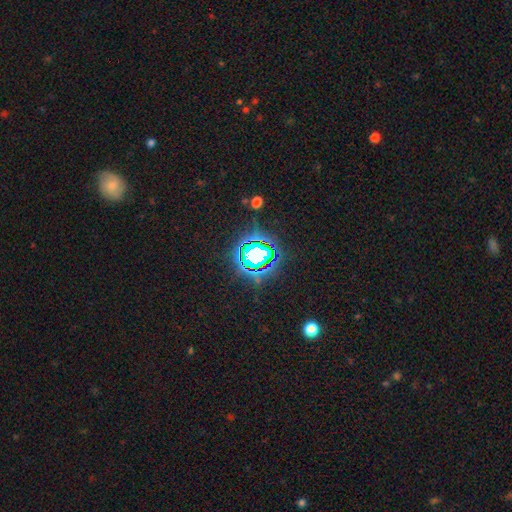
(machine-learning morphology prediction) smooth_or_featured: star or artifact (p=0.71) [alt: smooth p=0.16]